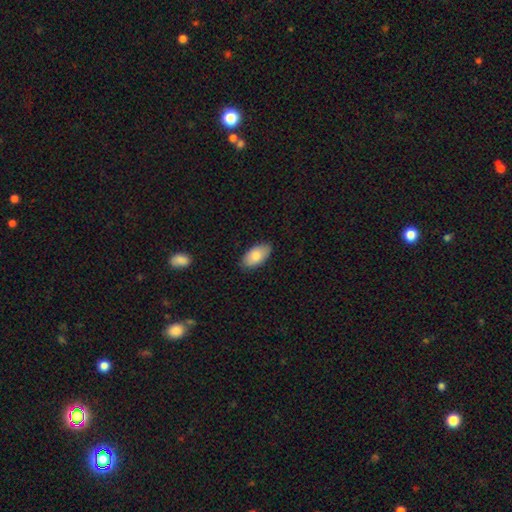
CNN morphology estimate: smooth 81%, featured or disk 13%, star or artifact 6%. Down the decision tree: how rounded — in between (95%); merging — none (84%).